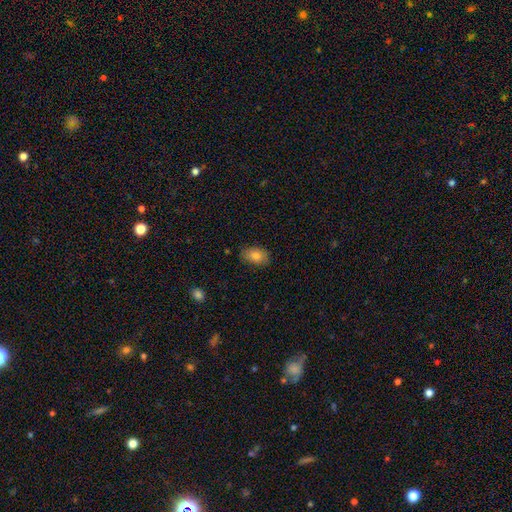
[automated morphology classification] Q: Smooth or featured?
A: smooth (79%); runner-up: featured or disk (13%)
Q: How rounded?
A: in between (89%); runner-up: round (10%)
Q: Merging?
A: none (79%); runner-up: minor disturbance (16%)